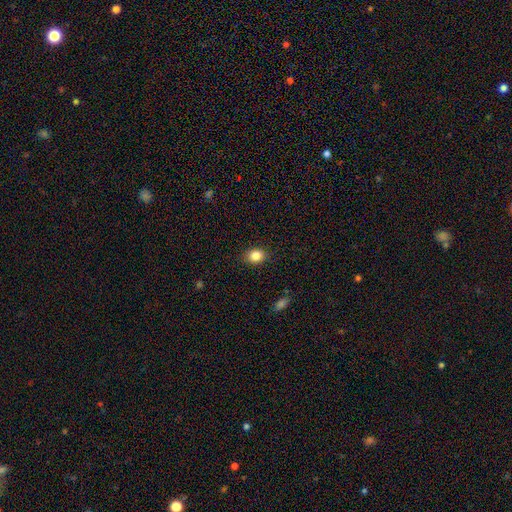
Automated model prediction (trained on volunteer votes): This is clearly a smooth galaxy (85%). How rounded: possibly in between (58%). Merging: clearly none (87%).